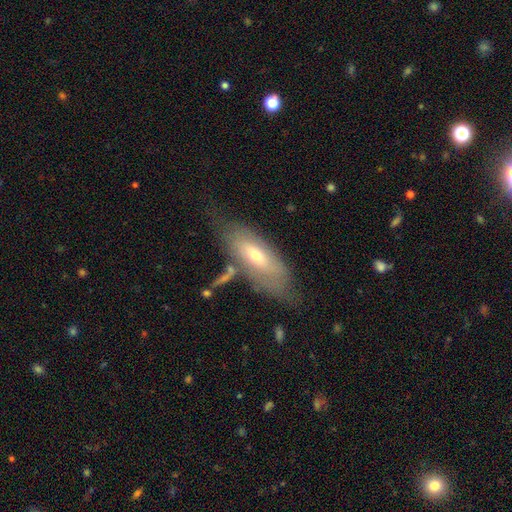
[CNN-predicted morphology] Smooth or featured: smooth — 47% (featured or disk — 46%)
Merging: none — 54% (minor disturbance — 25%)